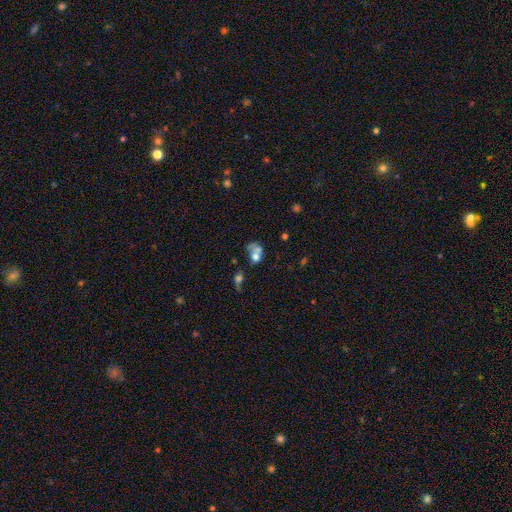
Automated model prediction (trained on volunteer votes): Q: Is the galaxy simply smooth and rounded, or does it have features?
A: smooth — 57%.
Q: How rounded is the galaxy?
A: in between — 54%.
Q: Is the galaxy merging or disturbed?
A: merger — 55%.